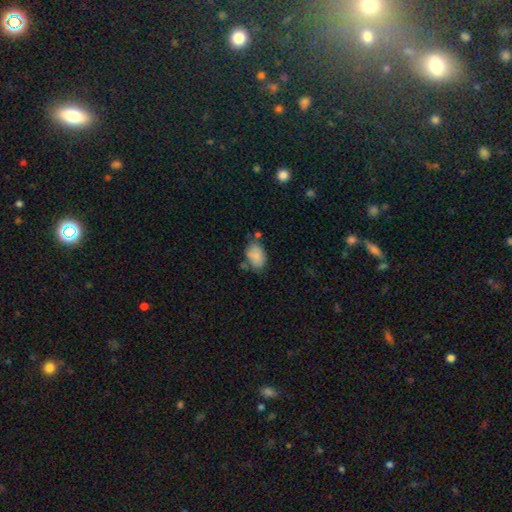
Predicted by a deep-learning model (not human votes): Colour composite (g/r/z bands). It shows a smooth galaxy with no disk features (84%) that is in between round and cigar-shaped (87%). Merging: none (57%).